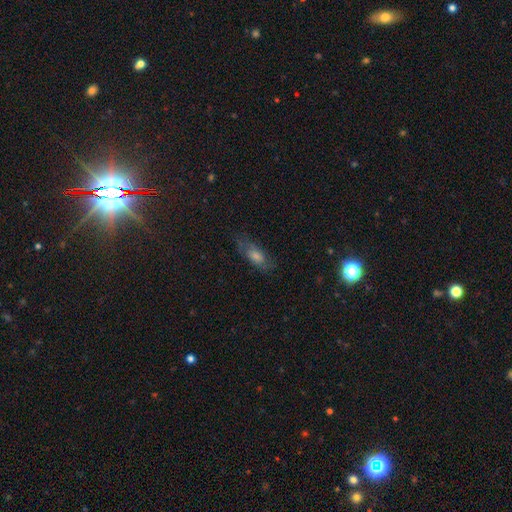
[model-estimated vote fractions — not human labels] Morphology: type=smooth (42%); merging=none (72%).